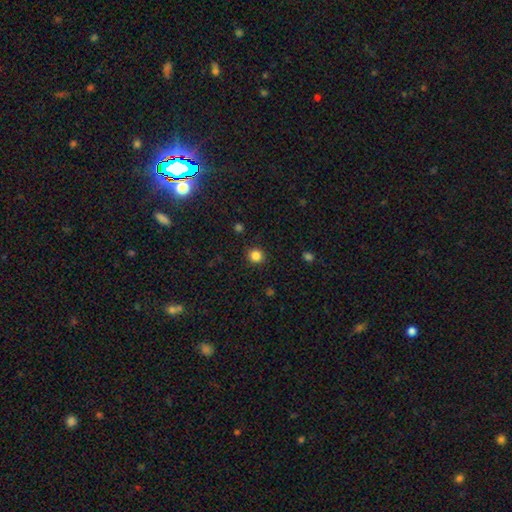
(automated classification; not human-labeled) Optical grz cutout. It shows a smooth galaxy with no disk features (85%) that is round (90%). Merging: none (90%).